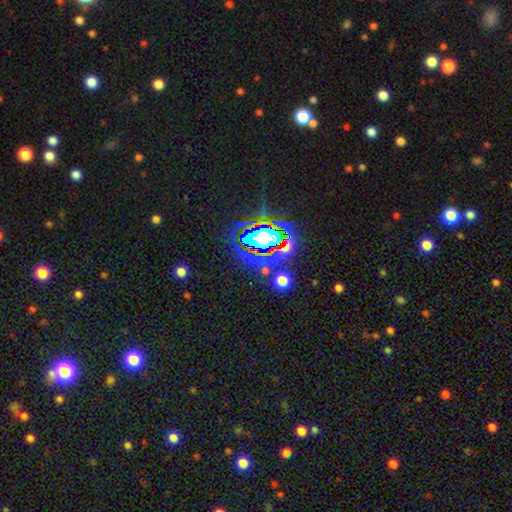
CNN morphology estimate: This is likely a star or artifact rather than a galaxy (76%).